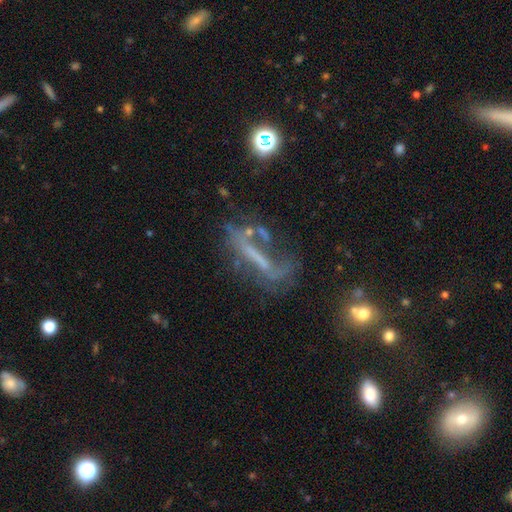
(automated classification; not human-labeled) Q: Smooth or featured?
A: featured or disk (58%); runner-up: smooth (23%)
Q: Edge-on disk?
A: no (66%); runner-up: yes (34%)
Q: Merging?
A: none (37%); runner-up: major disturbance (33%)